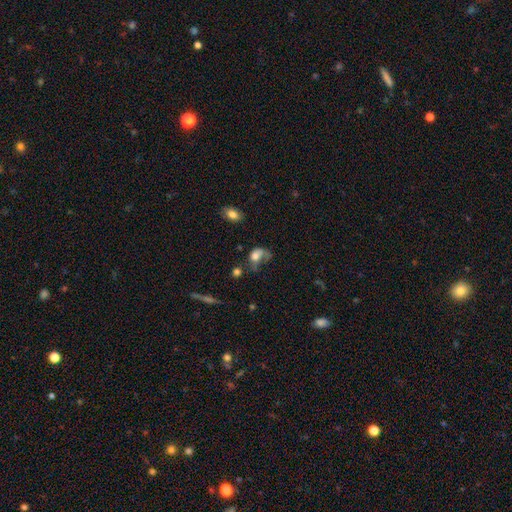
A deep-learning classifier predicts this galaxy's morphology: The model was most divided on "smooth or featured": smooth: 54%, featured or disk: 36%, star or artifact: 10%. More confident: how rounded — in between (66%); merging — major disturbance (53%).